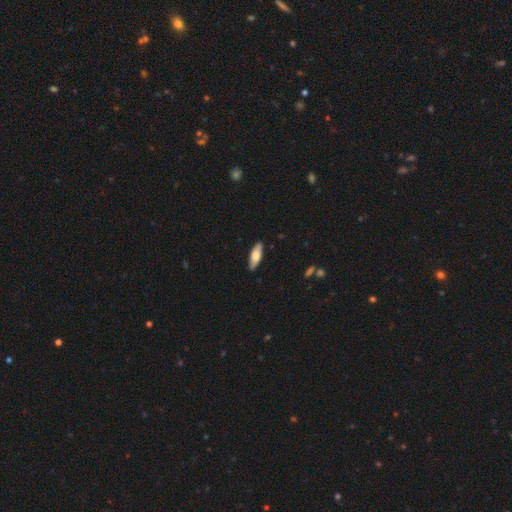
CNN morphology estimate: The model was most divided on "how rounded": in between: 62%, cigar-shaped: 36%, round: 2%. More confident: merging — none (87%); smooth or featured — smooth (64%).